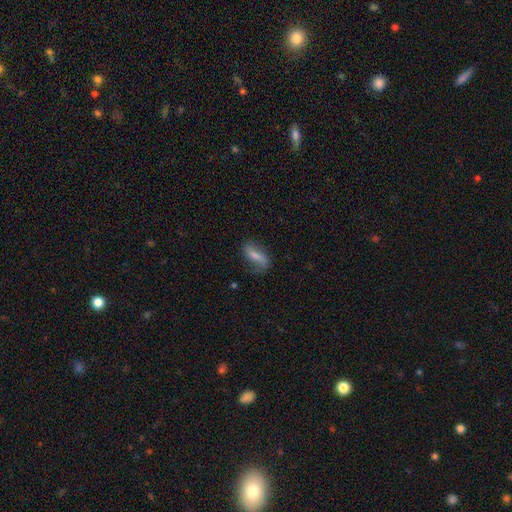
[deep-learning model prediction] This appears to be a smooth galaxy with no disk features (59%) that is in between round and cigar-shaped (61%). Merging: none (63%).